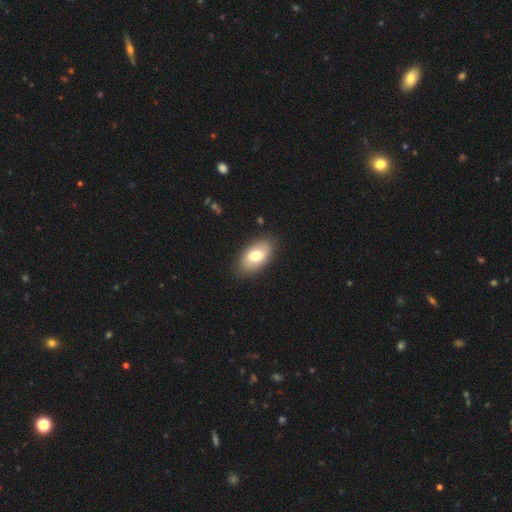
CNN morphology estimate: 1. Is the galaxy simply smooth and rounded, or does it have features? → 71% smooth, 23% featured or disk, 6% star or artifact.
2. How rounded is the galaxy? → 93% in between, 5% round, 2% cigar-shaped.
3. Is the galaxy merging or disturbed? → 86% none, 10% minor disturbance, 3% major disturbance, 1% merger.